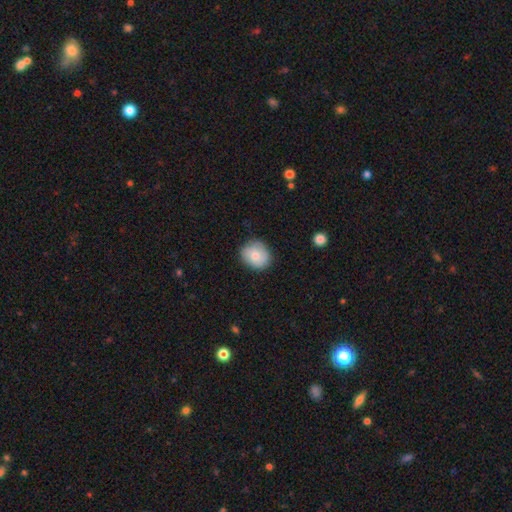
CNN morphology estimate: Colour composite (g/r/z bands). It shows a smooth galaxy with no disk features (78%) that is round (70%). Merging: none (80%).